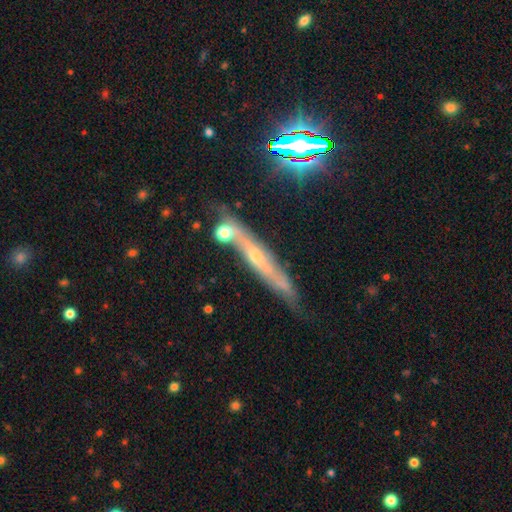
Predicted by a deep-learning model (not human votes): Q: Smooth or featured?
A: featured or disk (61%); runner-up: smooth (20%)
Q: Edge-on disk?
A: yes (84%); runner-up: no (16%)
Q: Edge-on bulge?
A: rounded (62%); runner-up: none (31%)
Q: Merging?
A: none (65%); runner-up: minor disturbance (20%)